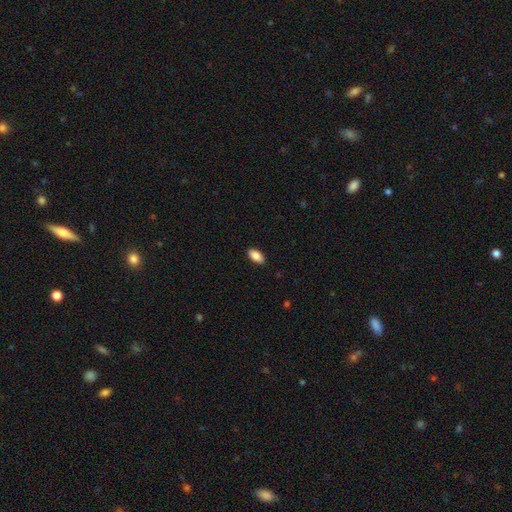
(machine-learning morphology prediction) A smooth galaxy with no disk features (88%) that is in between round and cigar-shaped (92%).

Vote fractions:
- Smooth or featured? smooth: 88% / star or artifact: 7% / featured or disk: 6%
- How rounded? in between: 92% / cigar-shaped: 5% / round: 2%
- Merging? none: 89% / minor disturbance: 8% / major disturbance: 2% / merger: 1%